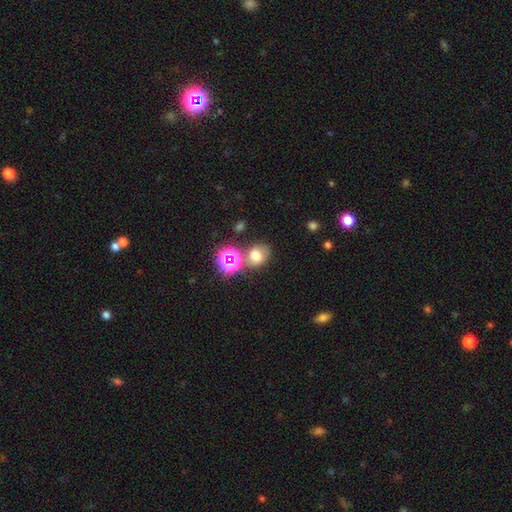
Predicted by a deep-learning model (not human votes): Morphology: type=smooth (65%); roundness=round (52%); merging=none (58%).